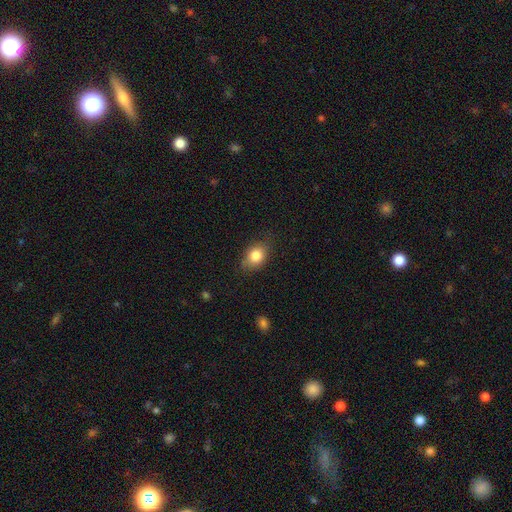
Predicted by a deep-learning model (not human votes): A smooth galaxy with no disk features (82%) that is in between round and cigar-shaped (69%).

Vote fractions:
- Smooth or featured? smooth: 82% / featured or disk: 10% / star or artifact: 9%
- How rounded? in between: 69% / round: 29% / cigar-shaped: 2%
- Merging? none: 76% / minor disturbance: 19% / major disturbance: 4% / merger: 1%